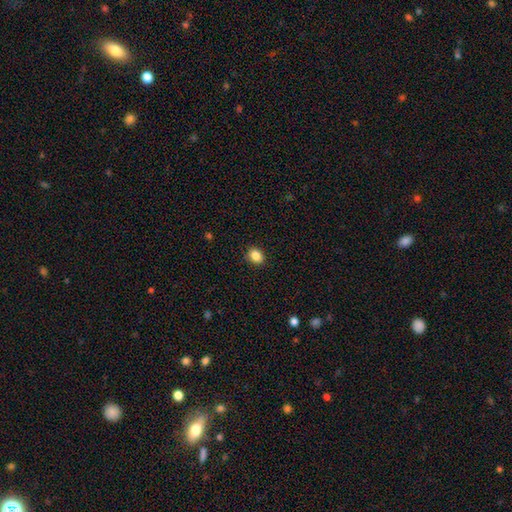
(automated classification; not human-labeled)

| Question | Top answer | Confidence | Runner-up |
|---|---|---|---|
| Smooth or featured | smooth | 86% | star or artifact (9%) |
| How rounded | in between | 52% | round (47%) |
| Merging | none | 89% | minor disturbance (8%) |